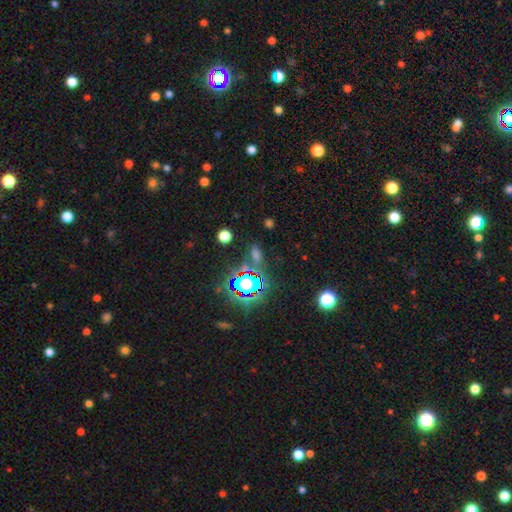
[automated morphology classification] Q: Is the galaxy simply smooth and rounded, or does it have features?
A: star or artifact — 50%.